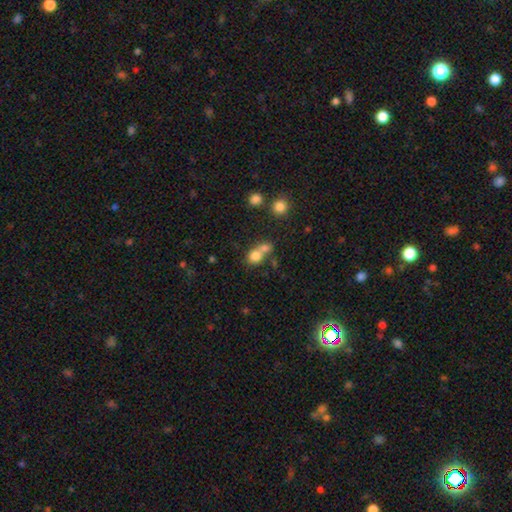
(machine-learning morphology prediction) Smooth or featured? Predicted: smooth (p=0.76). How rounded? Predicted: round (p=0.70). Merging? Predicted: merger (p=0.54).